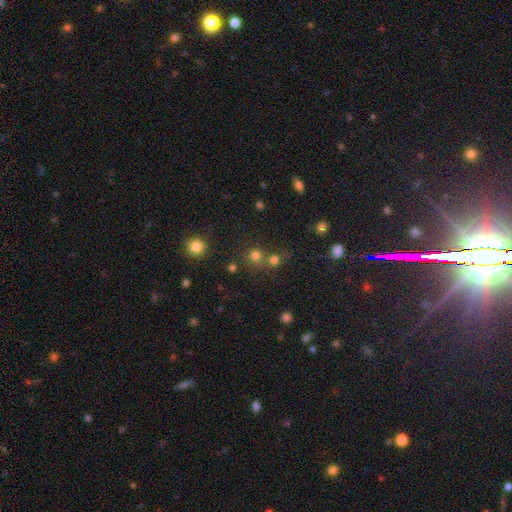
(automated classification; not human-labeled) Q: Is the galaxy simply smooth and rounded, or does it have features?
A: smooth — 73%.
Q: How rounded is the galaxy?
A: round — 90%.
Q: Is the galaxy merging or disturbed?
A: none — 63%.